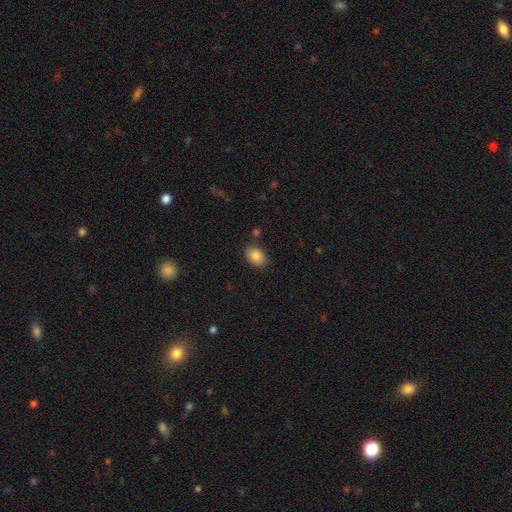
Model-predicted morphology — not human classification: Smooth or featured: smooth — 86% (star or artifact — 8%)
How rounded: in between — 82% (round — 17%)
Merging: none — 82% (minor disturbance — 12%)